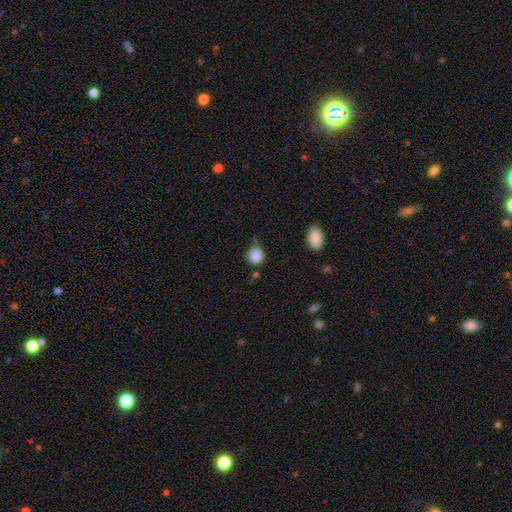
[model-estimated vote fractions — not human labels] Smooth or featured? smooth (85%)
How rounded? round (85%)
Merging? none (55%)